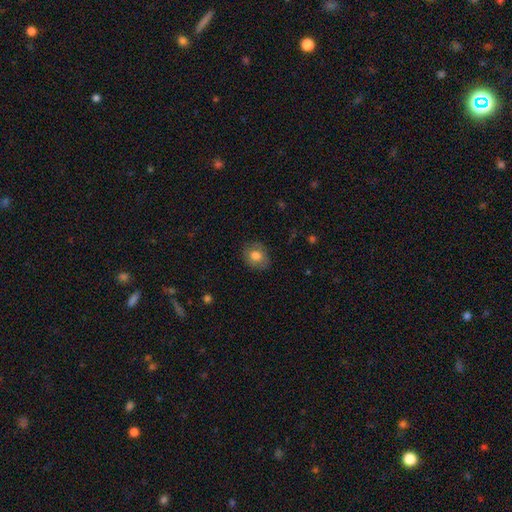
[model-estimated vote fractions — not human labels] A smooth galaxy with no disk features (78%) that is round (64%). Merging: none (83%).